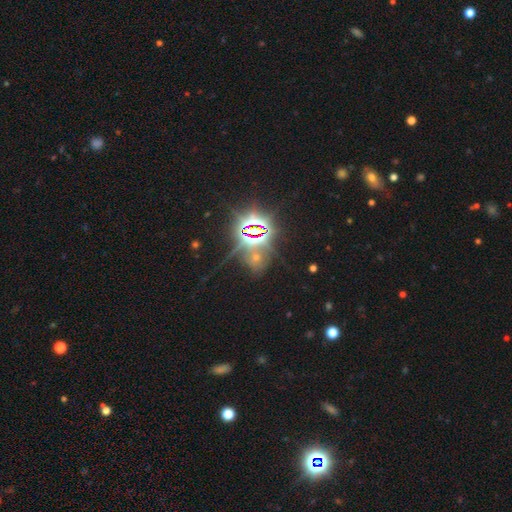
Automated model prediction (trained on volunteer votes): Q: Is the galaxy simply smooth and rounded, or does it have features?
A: star or artifact — 78%.